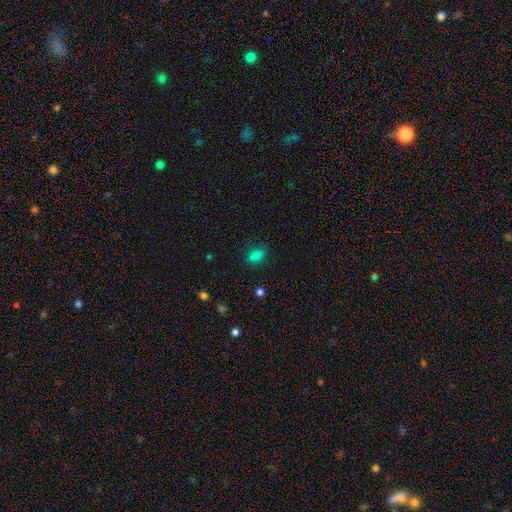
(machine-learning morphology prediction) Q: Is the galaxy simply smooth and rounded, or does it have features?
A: smooth — 82%.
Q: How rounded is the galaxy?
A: in between — 82%.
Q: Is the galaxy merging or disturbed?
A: none — 78%.